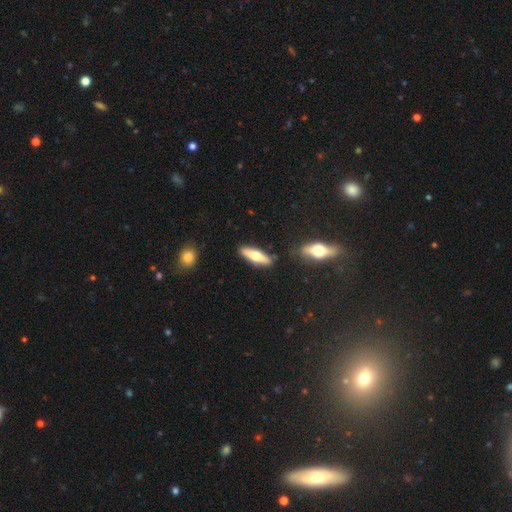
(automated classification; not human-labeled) smooth-or-featured: smooth: 54% | featured or disk: 40% | star or artifact: 6%
  how-rounded: cigar-shaped: 63% | in between: 35% | round: 2%
  merging: none: 84% | minor disturbance: 10% | merger: 4% | major disturbance: 2%